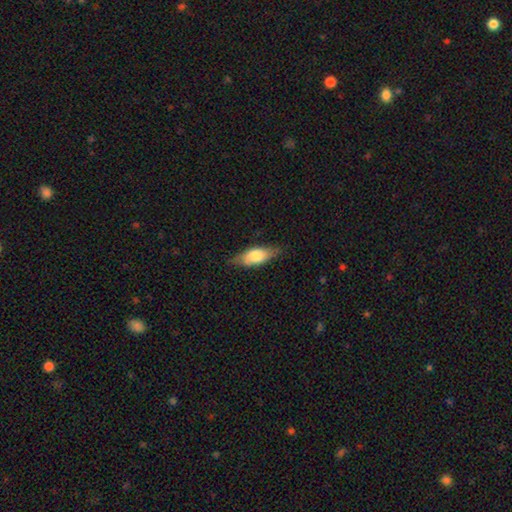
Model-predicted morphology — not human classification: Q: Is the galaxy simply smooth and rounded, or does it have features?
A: smooth — 70%.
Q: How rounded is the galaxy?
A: in between — 74%.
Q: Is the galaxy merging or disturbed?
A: none — 76%.